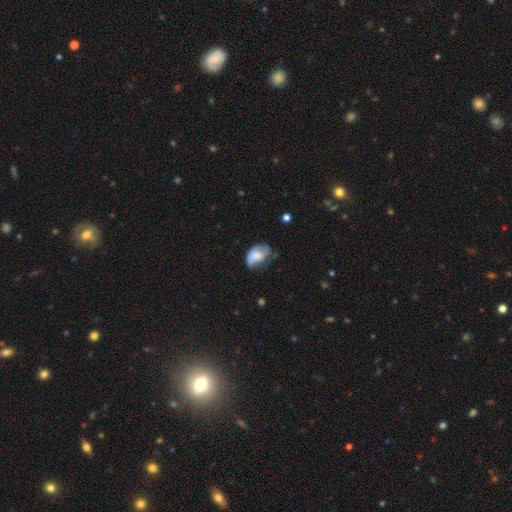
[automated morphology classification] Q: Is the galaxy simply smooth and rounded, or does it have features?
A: smooth — 68%.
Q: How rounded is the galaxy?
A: in between — 85%.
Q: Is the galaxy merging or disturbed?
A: minor disturbance — 40%.